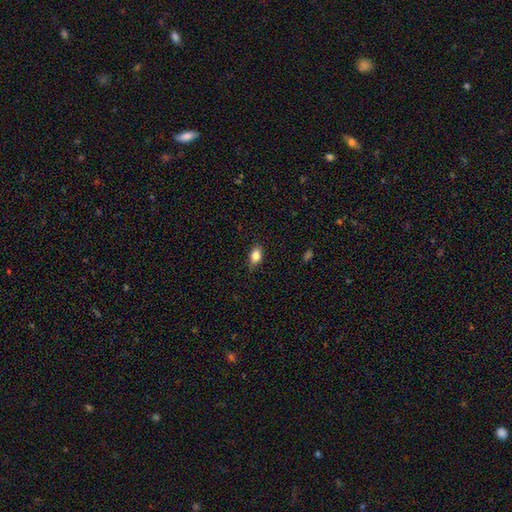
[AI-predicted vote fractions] Smooth or featured? smooth (84%)
How rounded? in between (85%)
Merging? none (81%)